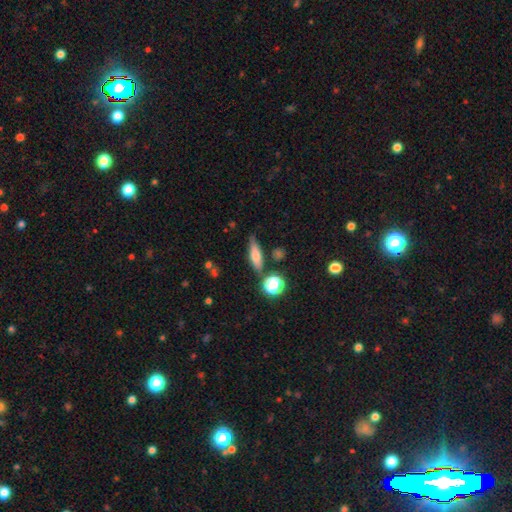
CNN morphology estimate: This appears to be a smooth galaxy with no disk features (60%) that is cigar-shaped (54%). Merging: none (74%).